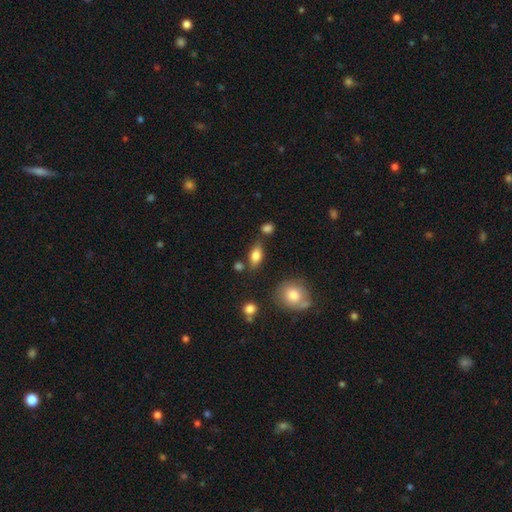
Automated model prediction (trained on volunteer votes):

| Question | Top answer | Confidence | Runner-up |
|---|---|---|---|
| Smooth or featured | smooth | 76% | featured or disk (16%) |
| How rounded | in between | 83% | cigar-shaped (10%) |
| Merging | none | 72% | minor disturbance (14%) |